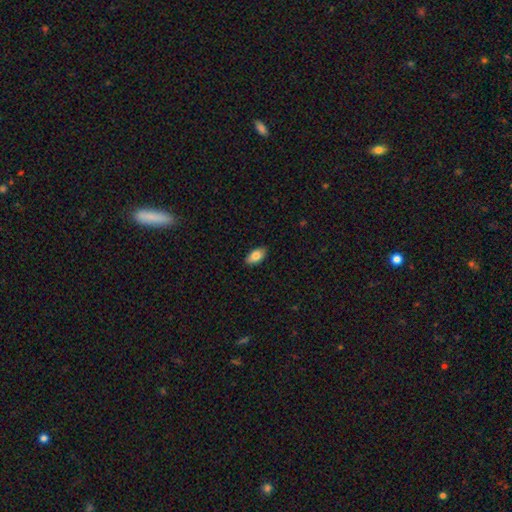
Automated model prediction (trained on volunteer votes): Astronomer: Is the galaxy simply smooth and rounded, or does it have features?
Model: smooth — 82%.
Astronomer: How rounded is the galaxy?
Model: in between — 92%.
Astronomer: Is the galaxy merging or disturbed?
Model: none — 87%.